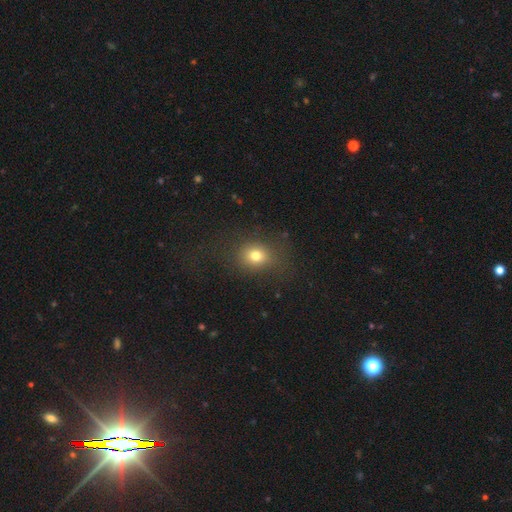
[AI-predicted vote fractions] smooth_or_featured: smooth (p=0.75) [alt: star or artifact p=0.15]
how_rounded: round (p=0.65) [alt: in between p=0.34]
merging: none (p=0.77) [alt: minor disturbance p=0.13]